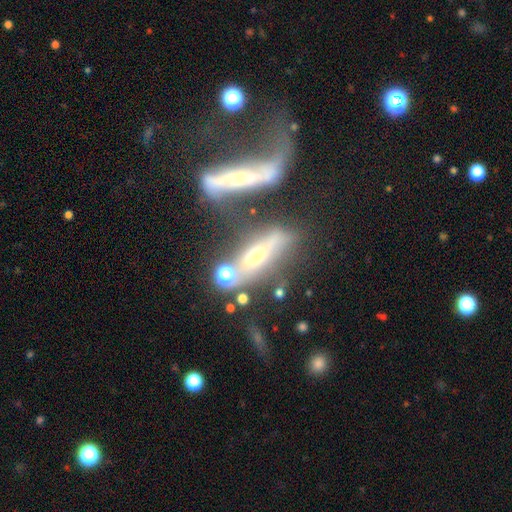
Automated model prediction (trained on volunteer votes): Smooth or featured? Predicted: featured or disk (p=0.54). Edge-on disk? Predicted: yes (p=0.64). Merging? Predicted: none (p=0.35, tied with merger).